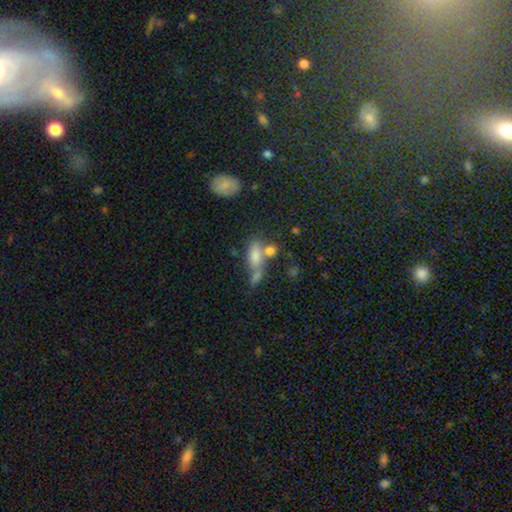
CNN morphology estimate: Q: Smooth or featured?
A: smooth (65%); runner-up: featured or disk (21%)
Q: How rounded?
A: in between (72%); runner-up: cigar-shaped (21%)
Q: Merging?
A: merger (40%); runner-up: none (32%)